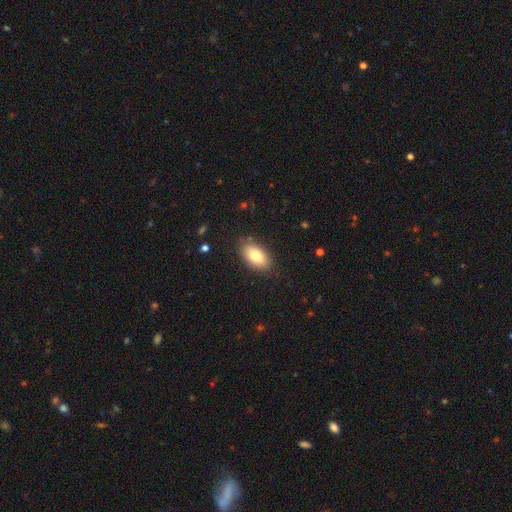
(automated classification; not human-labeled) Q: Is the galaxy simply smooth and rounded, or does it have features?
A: smooth — 79%.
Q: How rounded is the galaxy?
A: in between — 93%.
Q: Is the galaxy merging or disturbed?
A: none — 85%.